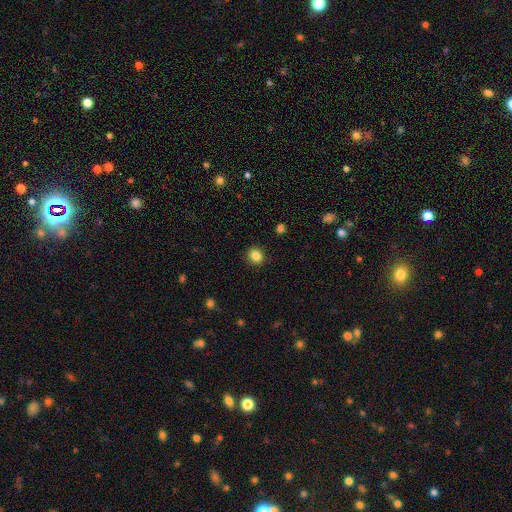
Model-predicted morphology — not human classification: This is clearly a smooth galaxy (85%). How rounded: likely round (75%). Merging: clearly none (90%).